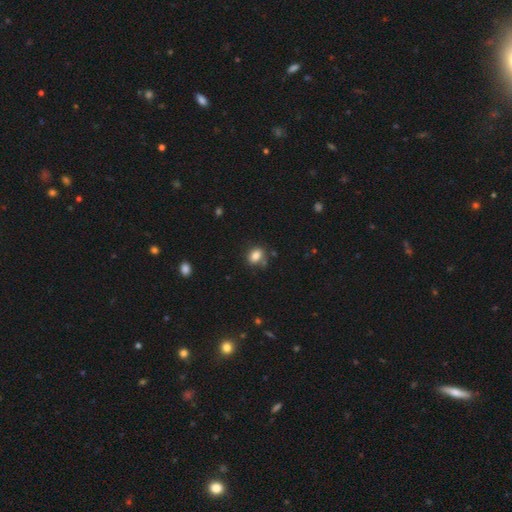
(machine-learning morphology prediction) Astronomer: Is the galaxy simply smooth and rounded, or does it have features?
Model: smooth — 84%.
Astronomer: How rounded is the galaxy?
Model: in between — 63%.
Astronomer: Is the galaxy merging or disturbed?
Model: none — 72%.